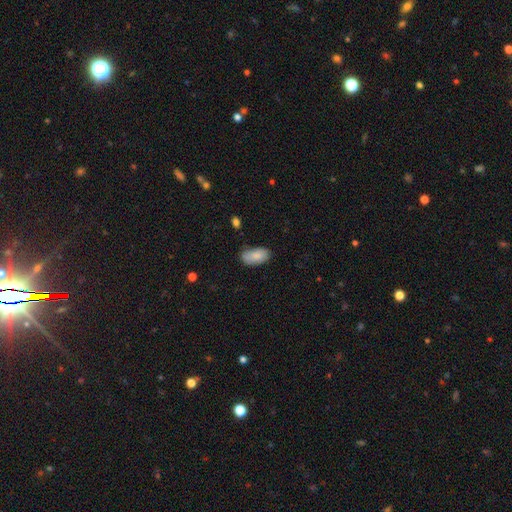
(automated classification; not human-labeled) Overall: smooth (85%). How rounded: in between (94%). Merging: none (72%).